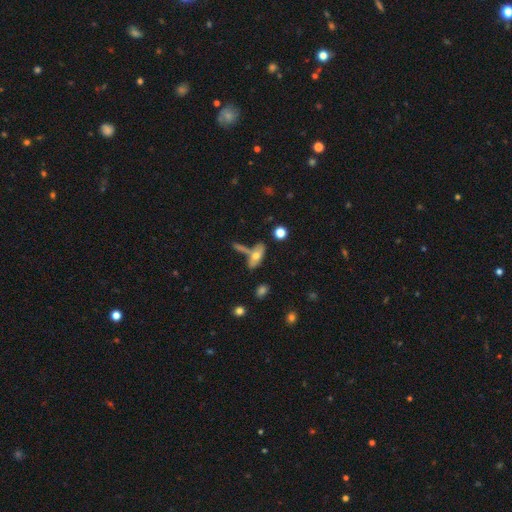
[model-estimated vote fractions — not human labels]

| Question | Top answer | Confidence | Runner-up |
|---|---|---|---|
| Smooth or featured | smooth | 56% | featured or disk (35%) |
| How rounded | in between | 61% | cigar-shaped (35%) |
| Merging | none | 51% | merger (25%) |